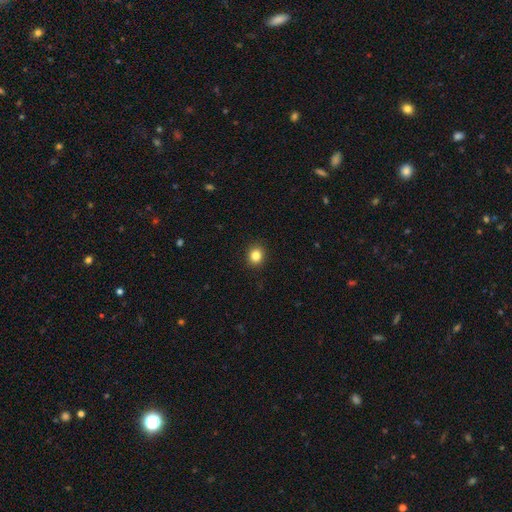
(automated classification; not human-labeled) smooth_or_featured: smooth (p=0.85) [alt: star or artifact p=0.11]
how_rounded: round (p=0.77) [alt: in between p=0.22]
merging: none (p=0.91) [alt: minor disturbance p=0.06]